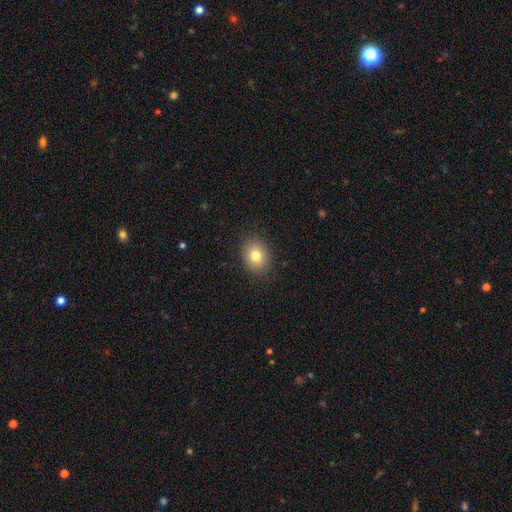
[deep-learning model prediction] smooth 81%, star or artifact 10%, featured or disk 9%. Down the decision tree: how rounded — round (50%); merging — none (88%).